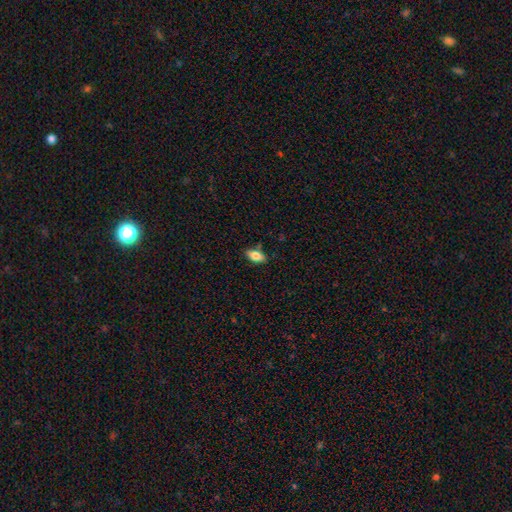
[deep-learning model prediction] Overall: smooth (79%). How rounded: in between (88%). Merging: none (81%).